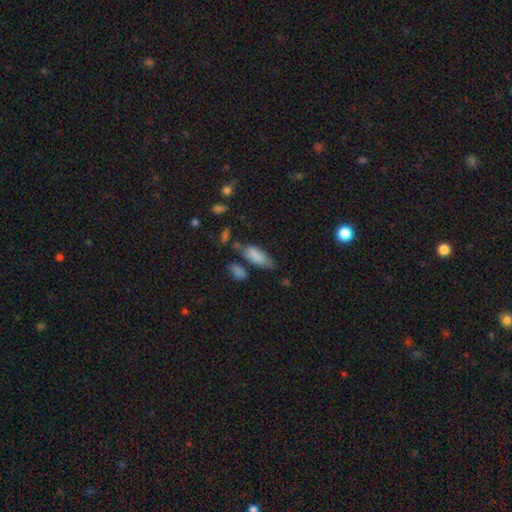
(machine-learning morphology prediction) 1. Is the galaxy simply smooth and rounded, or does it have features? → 80% smooth, 12% featured or disk, 8% star or artifact.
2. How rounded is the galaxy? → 72% in between, 26% cigar-shaped, 3% round.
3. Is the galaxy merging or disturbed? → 52% none, 26% minor disturbance, 13% merger, 9% major disturbance.